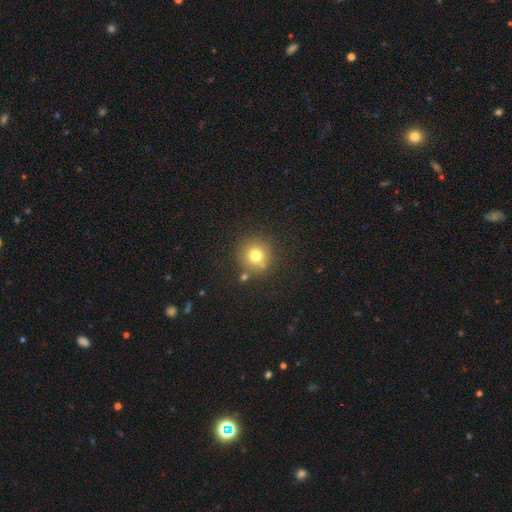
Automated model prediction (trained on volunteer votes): Overall: smooth (75%). How rounded: round (93%). Merging: none (80%).